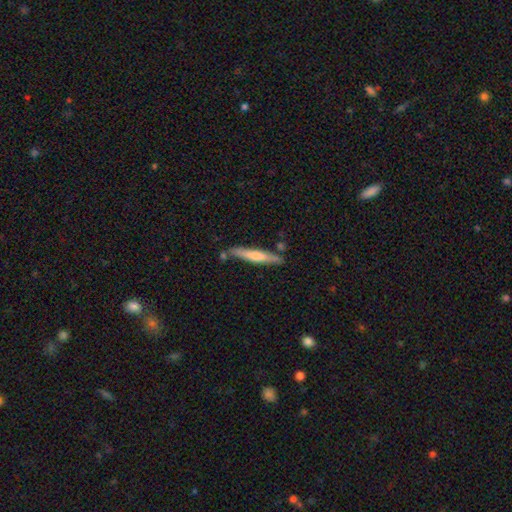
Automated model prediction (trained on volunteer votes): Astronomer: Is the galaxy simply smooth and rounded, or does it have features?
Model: featured or disk — 52% (runner-up: smooth, 42%).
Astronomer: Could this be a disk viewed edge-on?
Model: yes — 95%.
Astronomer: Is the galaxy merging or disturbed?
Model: none — 82%.